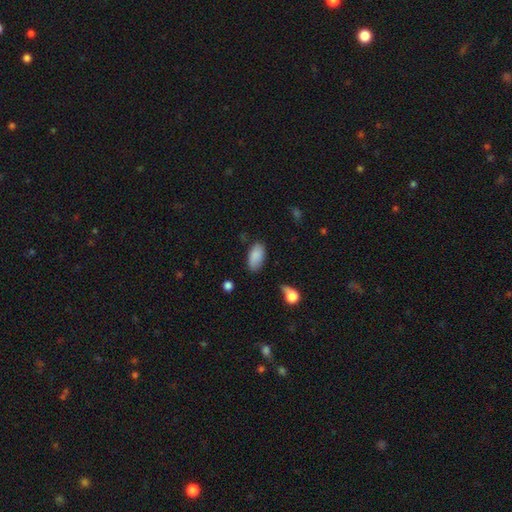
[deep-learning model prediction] Smooth or featured? Predicted: smooth (p=0.87). How rounded? Predicted: in between (p=0.94). Merging? Predicted: none (p=0.77).